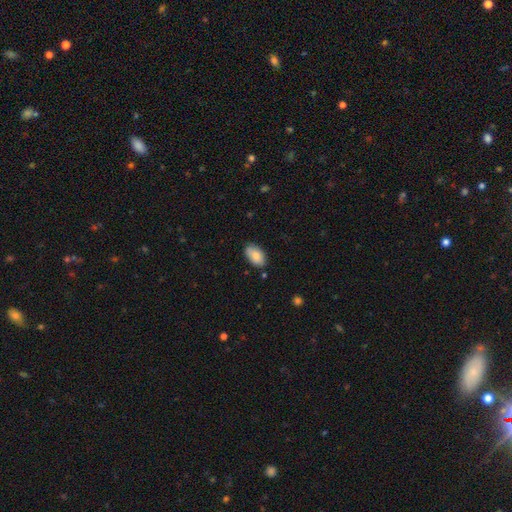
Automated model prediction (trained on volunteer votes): smooth 83%, featured or disk 10%, star or artifact 7%. Down the decision tree: how rounded — in between (93%); merging — none (79%).